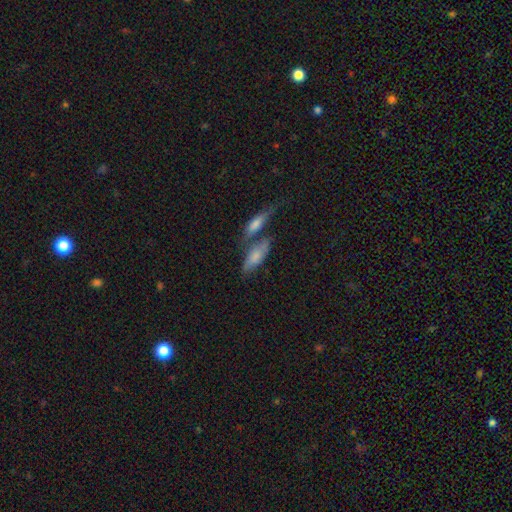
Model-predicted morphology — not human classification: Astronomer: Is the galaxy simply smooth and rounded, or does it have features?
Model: smooth — 72%.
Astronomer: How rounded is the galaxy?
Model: in between — 69%.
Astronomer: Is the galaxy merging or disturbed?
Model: merger — 41% (runner-up: none, 38%).